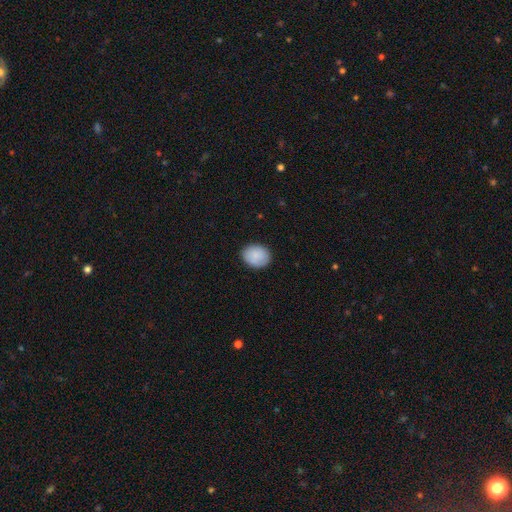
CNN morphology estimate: Smooth or featured?
  - smooth: 88% *
  - star or artifact: 7%
  - featured or disk: 6%
How rounded?
  - round: 53% *
  - in between: 46%
  - cigar-shaped: 1%
Merging?
  - none: 87% *
  - minor disturbance: 10%
  - major disturbance: 2%
  - merger: 1%